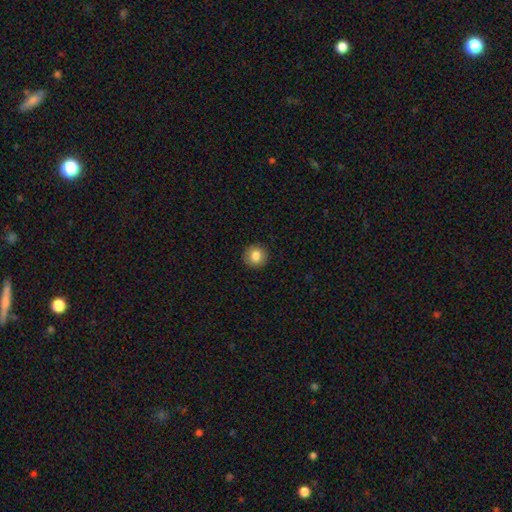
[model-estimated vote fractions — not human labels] A smooth galaxy with no disk features (84%) that is round (94%). Merging: none (92%).